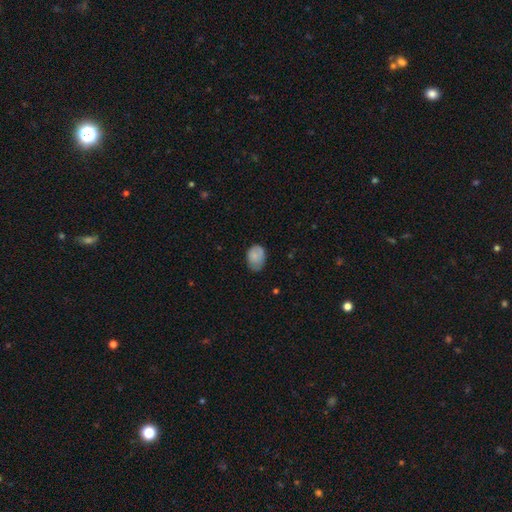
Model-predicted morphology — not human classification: smooth 78%, featured or disk 14%, star or artifact 8%. Down the decision tree: how rounded — in between (75%); merging — none (56%).